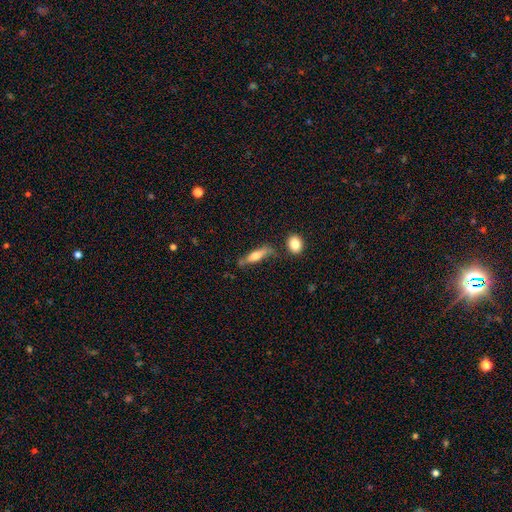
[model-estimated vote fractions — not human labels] Smooth or featured: smooth — 59% (featured or disk — 34%)
How rounded: cigar-shaped — 62% (in between — 35%)
Merging: none — 61% (minor disturbance — 21%)